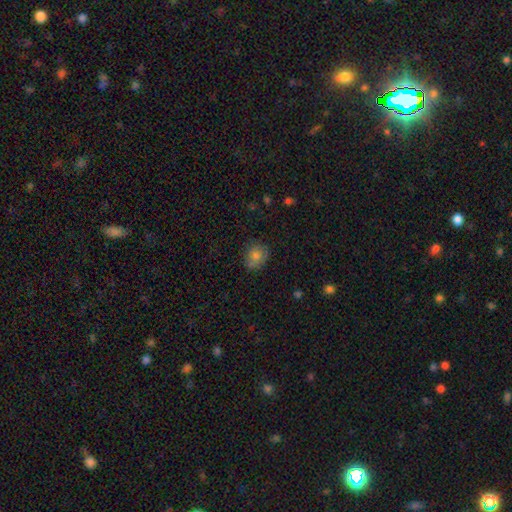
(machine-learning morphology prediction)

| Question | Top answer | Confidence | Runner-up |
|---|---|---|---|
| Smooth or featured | smooth | 76% | featured or disk (12%) |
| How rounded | round | 73% | in between (26%) |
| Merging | none | 75% | minor disturbance (18%) |